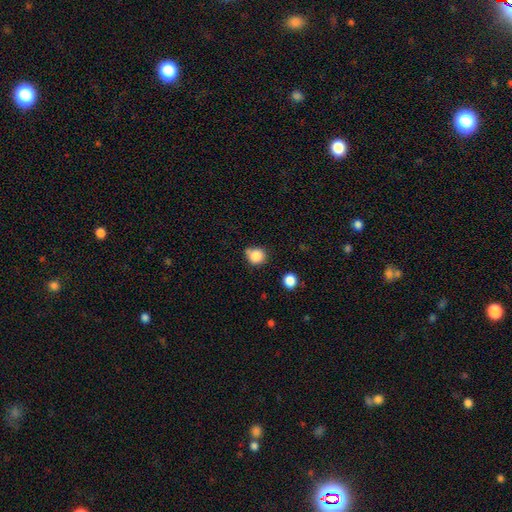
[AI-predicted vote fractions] smooth-or-featured: smooth: 85% | star or artifact: 10% | featured or disk: 5%
  how-rounded: round: 85% | in between: 14% | cigar-shaped: 1%
  merging: none: 63% | minor disturbance: 20% | merger: 12% | major disturbance: 5%